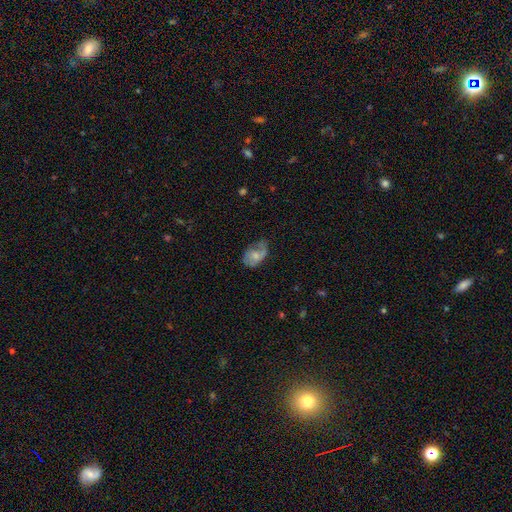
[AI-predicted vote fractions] Smooth or featured: smooth — 51% (featured or disk — 40%)
How rounded: in between — 86% (round — 13%)
Merging: none — 39% (minor disturbance — 34%)